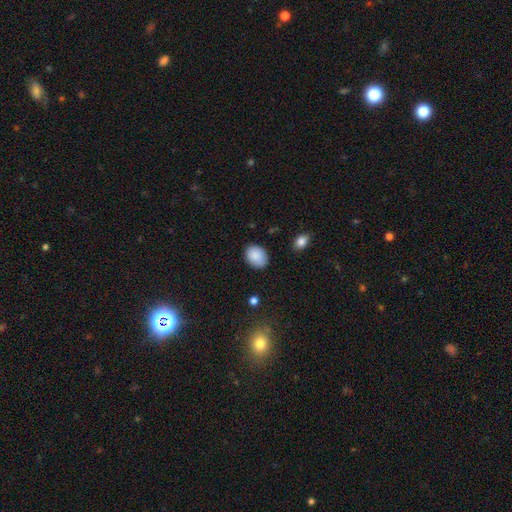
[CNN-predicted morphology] Overall: smooth (88%). How rounded: in between (64%; round 35%). Merging: none (81%).